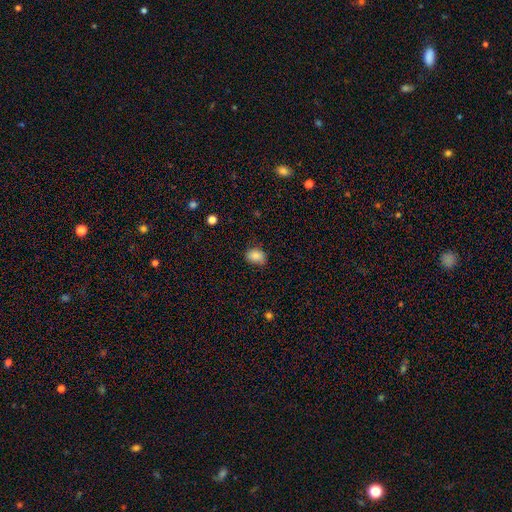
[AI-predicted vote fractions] Smooth or featured? Predicted: smooth (p=0.84). How rounded? Predicted: in between (p=0.57). Merging? Predicted: none (p=0.74).